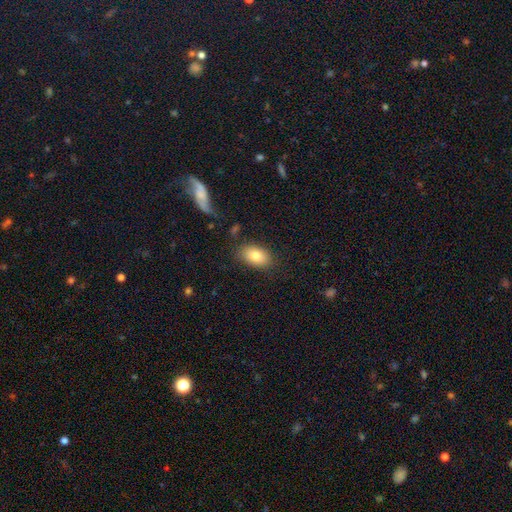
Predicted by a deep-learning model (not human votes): A smooth galaxy with no disk features (80%) that is in between round and cigar-shaped (88%). Merging: none (82%).